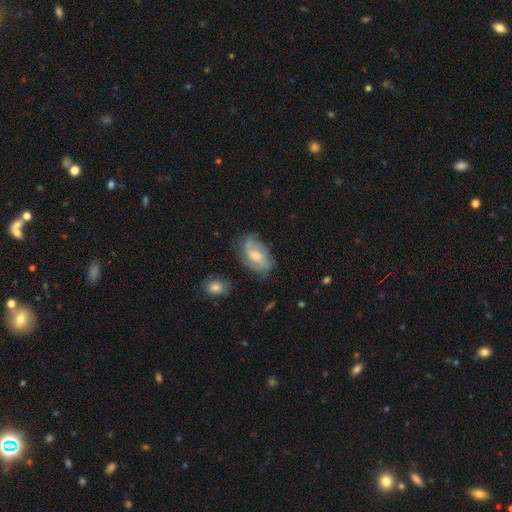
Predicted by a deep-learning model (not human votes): smooth-or-featured: featured or disk: 68% | smooth: 25% | star or artifact: 7%
  disk-edge-on: no: 95% | yes: 5%
    bar: no: 50% | weak: 42% | strong: 8%
    has-spiral-arms: yes: 90% | no: 10%
      spiral-winding: medium: 43% | loose: 34% | tight: 24%
      spiral-arm-count: 2: 55% | can't tell: 18% | 3: 14% | 1: 7% | 4: 3% | more than 4: 3%
    bulge-size: moderate: 56% | small: 34% | large: 5% | none: 4% | dominant: 1%
  merging: none: 67% | minor disturbance: 22% | major disturbance: 8% | merger: 3%